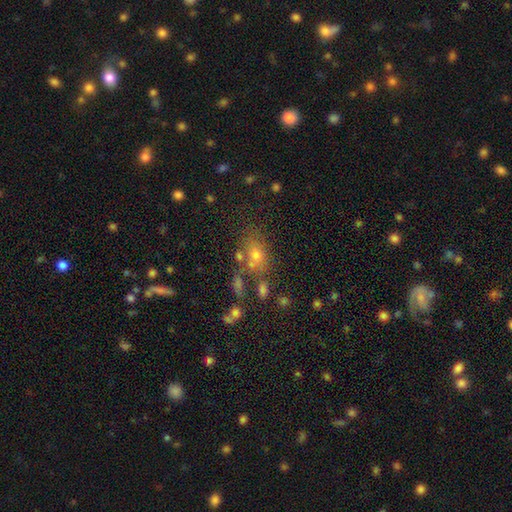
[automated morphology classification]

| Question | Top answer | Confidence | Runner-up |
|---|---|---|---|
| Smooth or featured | smooth | 60% | star or artifact (23%) |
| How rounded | in between | 64% | round (32%) |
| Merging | none | 58% | merger (19%) |